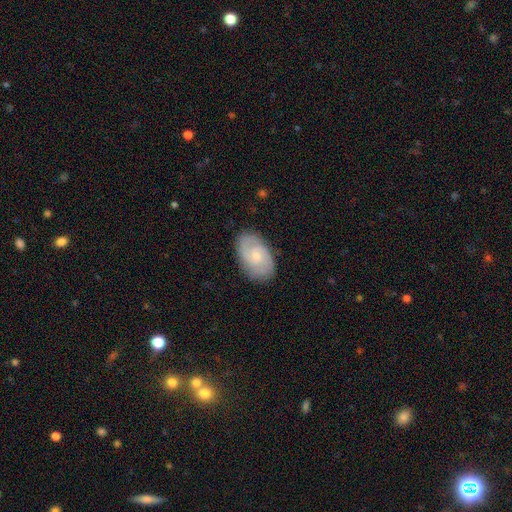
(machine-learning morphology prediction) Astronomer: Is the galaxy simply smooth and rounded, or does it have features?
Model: featured or disk — 70%.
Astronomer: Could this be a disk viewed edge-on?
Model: no — 97%.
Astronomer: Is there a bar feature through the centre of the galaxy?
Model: no — 60% (runner-up: weak, 36%).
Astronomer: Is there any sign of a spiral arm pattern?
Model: yes — 93%.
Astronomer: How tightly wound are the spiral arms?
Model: tight — 46% (runner-up: medium, 42%).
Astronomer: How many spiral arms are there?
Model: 2 — 60%.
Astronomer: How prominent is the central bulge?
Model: small — 64%.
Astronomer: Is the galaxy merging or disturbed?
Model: none — 82%.